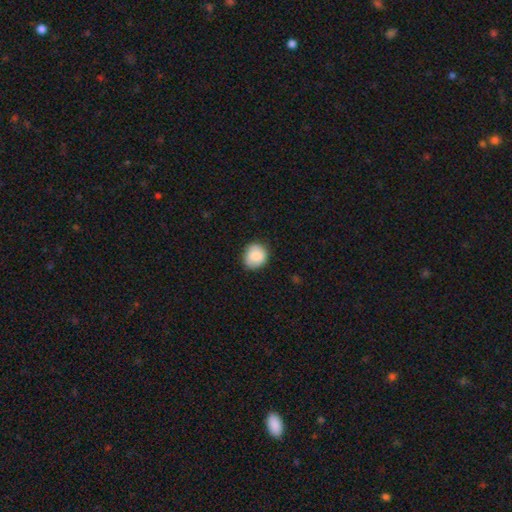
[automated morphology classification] smooth_or_featured: smooth (p=0.87) [alt: star or artifact p=0.07]
how_rounded: round (p=0.84) [alt: in between p=0.15]
merging: none (p=0.84) [alt: minor disturbance p=0.13]